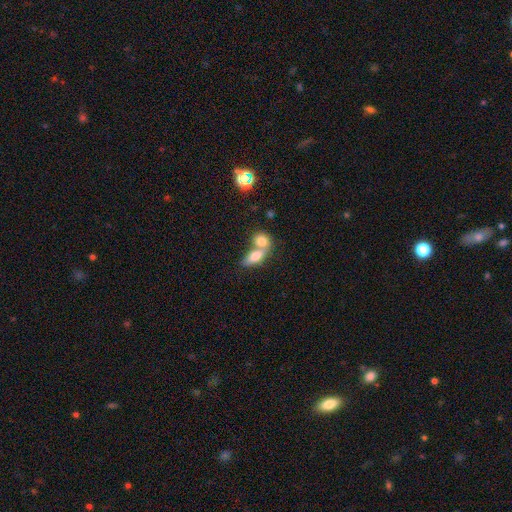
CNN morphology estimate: This appears to be a smooth galaxy with no disk features (76%) that is in between round and cigar-shaped (76%). Merging: merger (66%).